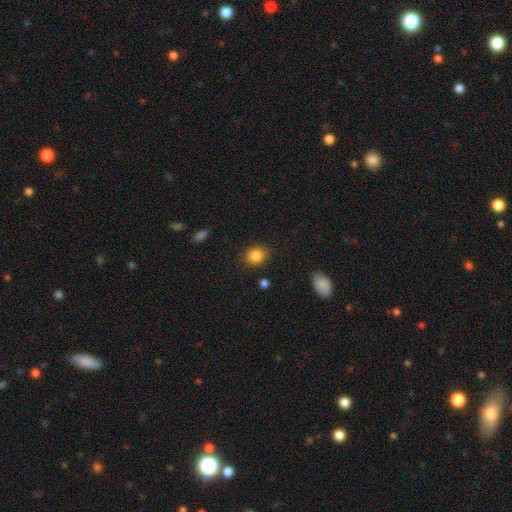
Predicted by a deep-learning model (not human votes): A smooth galaxy with no disk features (85%) that is round (67%).

Vote fractions:
- Smooth or featured? smooth: 85% / star or artifact: 10% / featured or disk: 5%
- How rounded? round: 67% / in between: 32% / cigar-shaped: 1%
- Merging? none: 86% / minor disturbance: 10% / major disturbance: 3% / merger: 2%